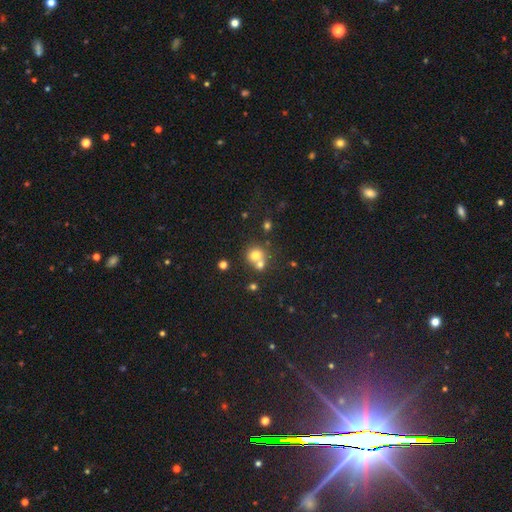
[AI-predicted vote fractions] A smooth galaxy with no disk features (71%) that is round (85%). Merging: none (46%).